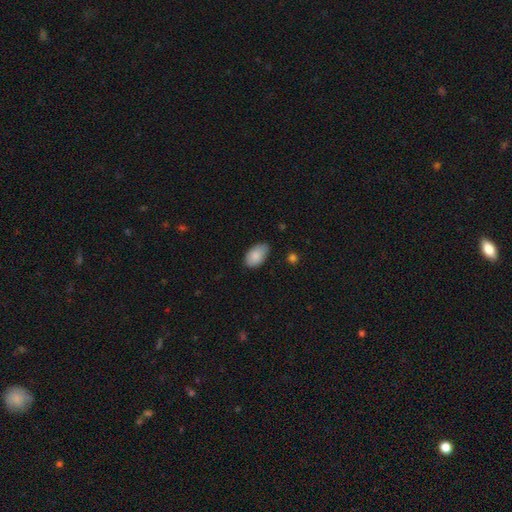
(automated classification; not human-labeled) Morphology: type=smooth (87%); roundness=in between (93%); merging=none (72%).